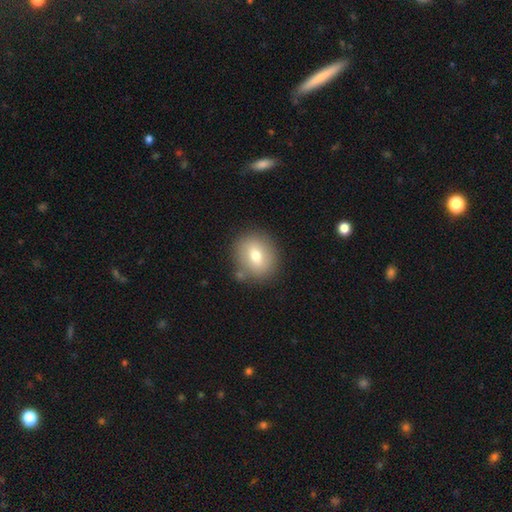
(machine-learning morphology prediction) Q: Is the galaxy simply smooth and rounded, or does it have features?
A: smooth — 70%.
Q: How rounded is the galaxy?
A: round — 75%.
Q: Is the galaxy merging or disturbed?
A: none — 83%.